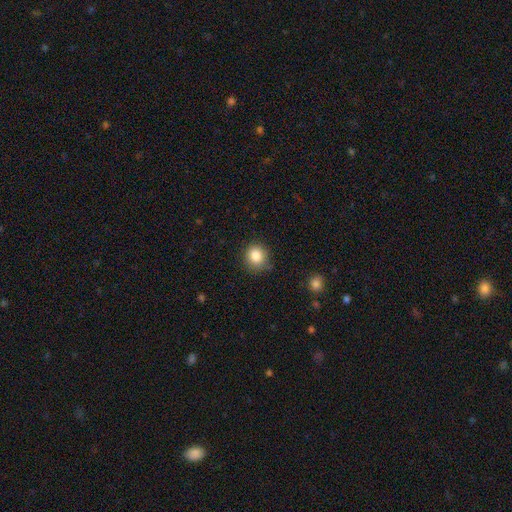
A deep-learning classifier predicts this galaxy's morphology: type=smooth (85%); roundness=round (86%); merging=none (79%).